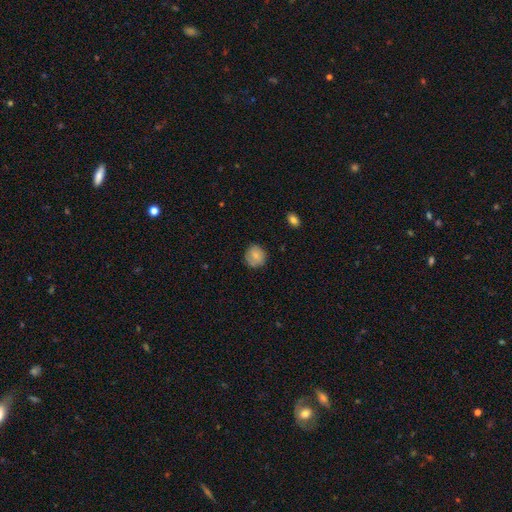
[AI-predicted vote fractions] Overall: smooth (79%). How rounded: round (88%). Merging: none (78%).